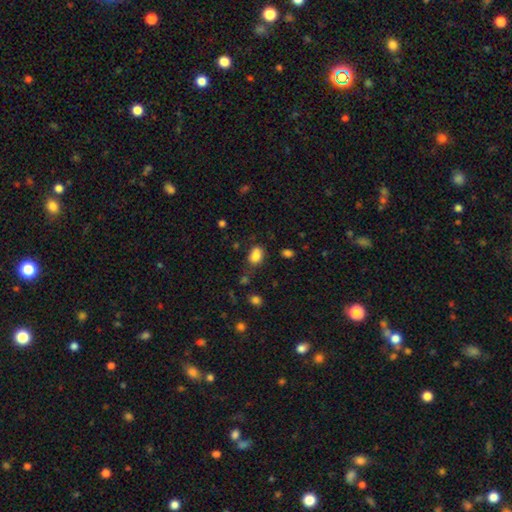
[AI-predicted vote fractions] smooth-or-featured: smooth: 84% | star or artifact: 11% | featured or disk: 6%
  how-rounded: in between: 82% | round: 17% | cigar-shaped: 2%
  merging: none: 63% | minor disturbance: 24% | major disturbance: 7% | merger: 6%